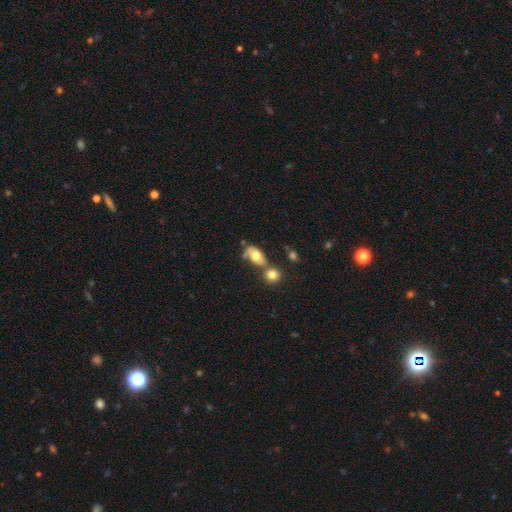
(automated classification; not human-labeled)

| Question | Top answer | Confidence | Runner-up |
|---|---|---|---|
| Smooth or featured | smooth | 57% | featured or disk (35%) |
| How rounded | in between | 82% | round (15%) |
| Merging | merger | 37% | none (29%) |